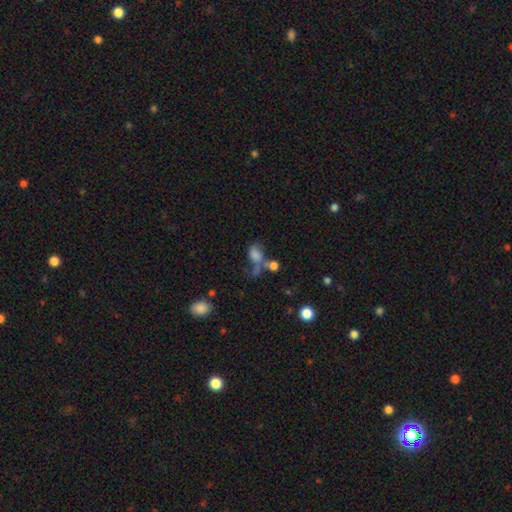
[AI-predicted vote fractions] Overall: smooth (63%). How rounded: in between (71%). Merging: merger (34%; none 27%).